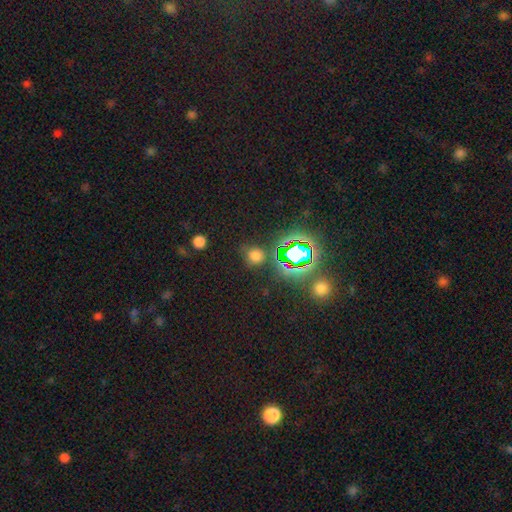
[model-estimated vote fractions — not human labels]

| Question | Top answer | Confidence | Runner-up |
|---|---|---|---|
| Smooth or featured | smooth | 62% | star or artifact (32%) |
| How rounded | round | 87% | in between (12%) |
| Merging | none | 80% | minor disturbance (11%) |